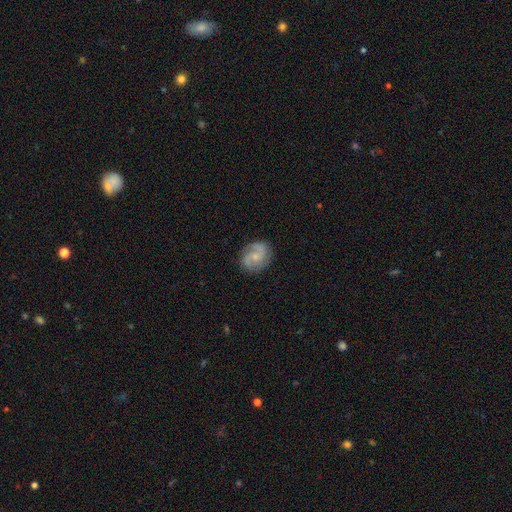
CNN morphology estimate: featured or disk 80%, smooth 14%, star or artifact 6%. Down the decision tree: edge-on disk — no (98%); bar — no (61%); spiral arms — yes (97%); spiral arm count — 2 (77%); spiral winding — medium (52%); bulge size — small (64%); merging — none (83%).